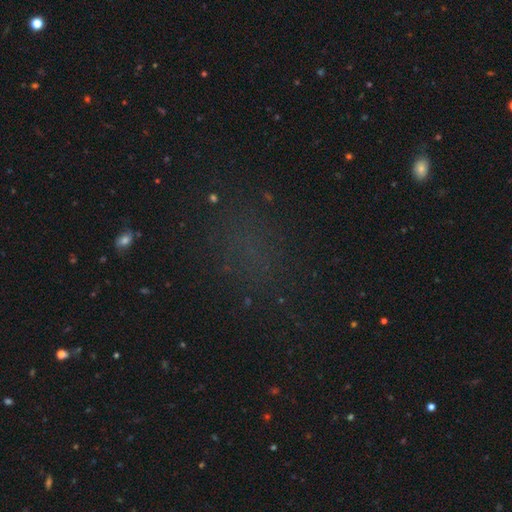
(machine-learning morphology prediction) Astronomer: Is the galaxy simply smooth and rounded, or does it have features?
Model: star or artifact — 51% (runner-up: smooth, 35%).